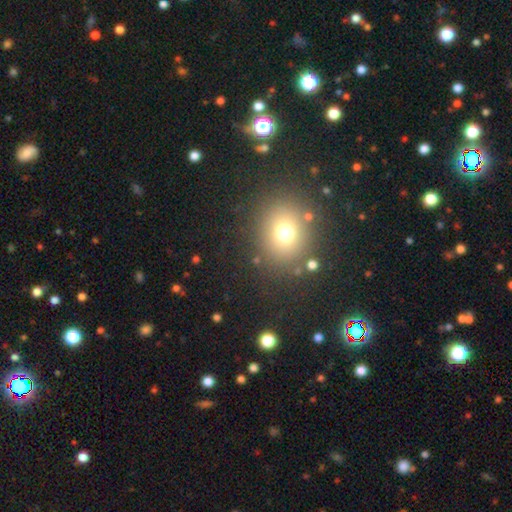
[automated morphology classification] Q: Smooth or featured?
A: smooth (64%); runner-up: star or artifact (26%)
Q: How rounded?
A: round (67%); runner-up: in between (32%)
Q: Merging?
A: none (86%); runner-up: minor disturbance (8%)